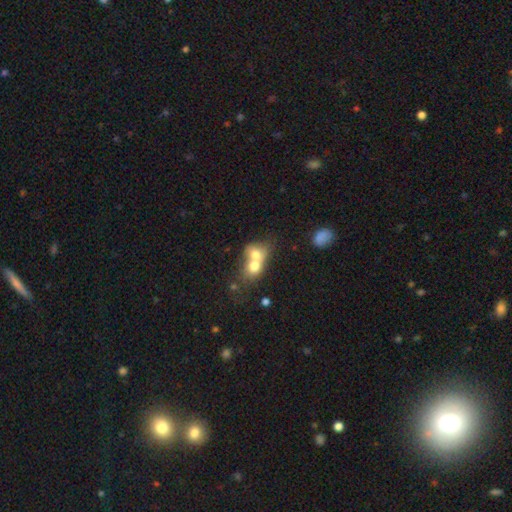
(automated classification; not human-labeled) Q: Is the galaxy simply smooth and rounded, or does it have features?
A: smooth — 67%.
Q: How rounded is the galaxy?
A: round — 51%.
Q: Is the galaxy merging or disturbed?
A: merger — 76%.